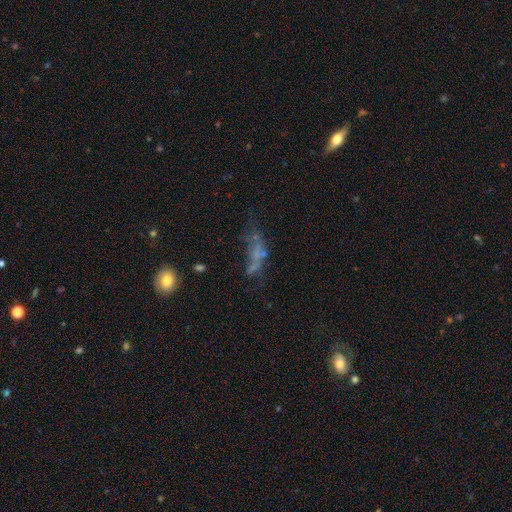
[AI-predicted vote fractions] A featured or disk galaxy (40%).

Vote fractions:
- Smooth or featured? featured or disk: 40% / smooth: 36% / star or artifact: 25%
- Merging? none: 34% / major disturbance: 33% / merger: 17% / minor disturbance: 17%